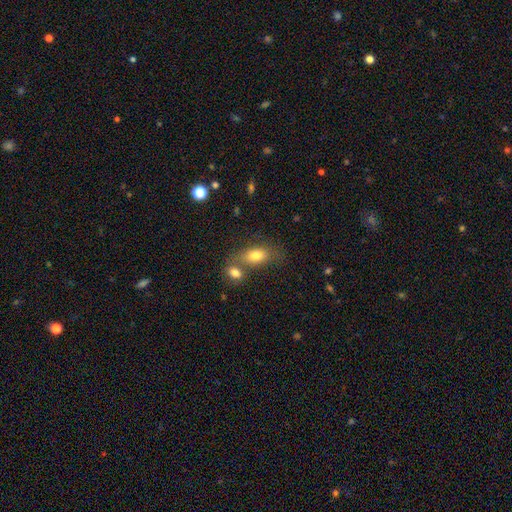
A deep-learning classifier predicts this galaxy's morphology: The model was most divided on "merging": none: 46%, merger: 37%, minor disturbance: 13%, major disturbance: 5%. More confident: how rounded — in between (85%); smooth or featured — smooth (79%).